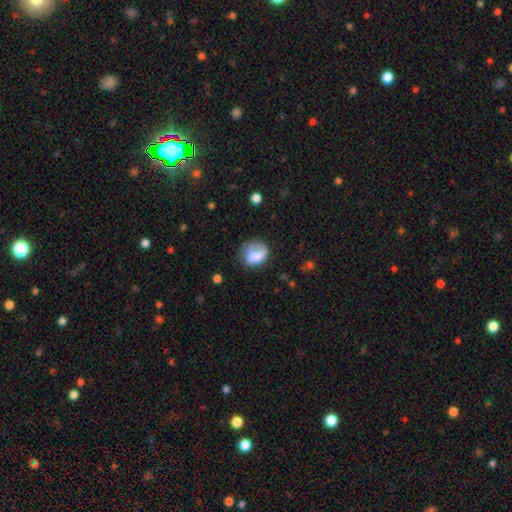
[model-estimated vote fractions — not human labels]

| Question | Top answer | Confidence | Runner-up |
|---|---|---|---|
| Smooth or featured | smooth | 69% | featured or disk (23%) |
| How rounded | round | 56% | in between (43%) |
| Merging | none | 43% | minor disturbance (28%) |